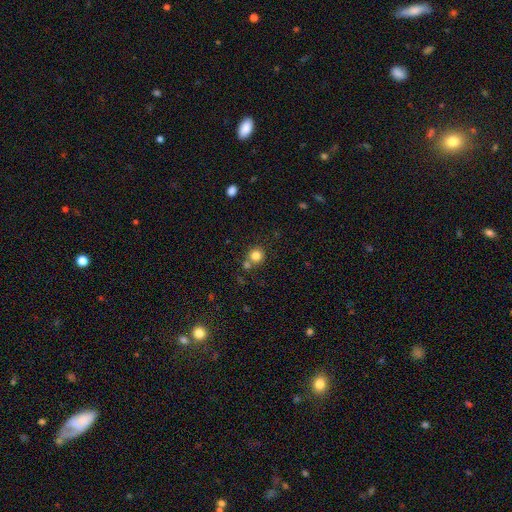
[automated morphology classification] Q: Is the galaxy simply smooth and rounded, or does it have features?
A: smooth — 81%.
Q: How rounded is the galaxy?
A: round — 91%.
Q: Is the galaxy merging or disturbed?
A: none — 69%.